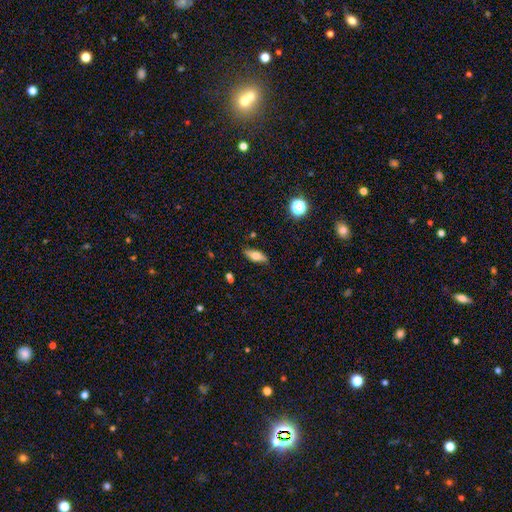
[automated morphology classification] The model was most divided on "smooth or featured": smooth: 59%, featured or disk: 32%, star or artifact: 8%. More confident: merging — none (84%); how rounded — in between (69%).